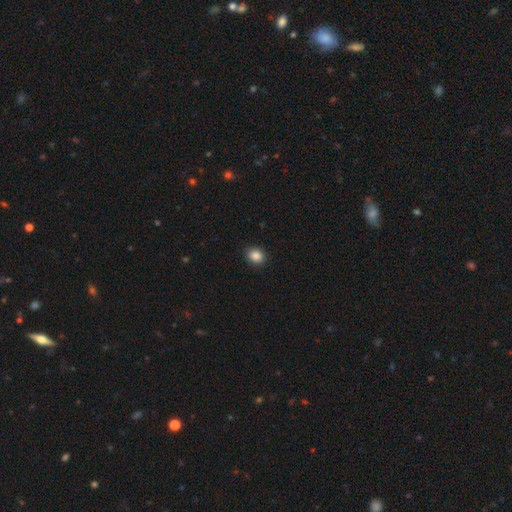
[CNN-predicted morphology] Smooth or featured? Predicted: smooth (p=0.87). How rounded? Predicted: round (p=0.60). Merging? Predicted: none (p=0.90).